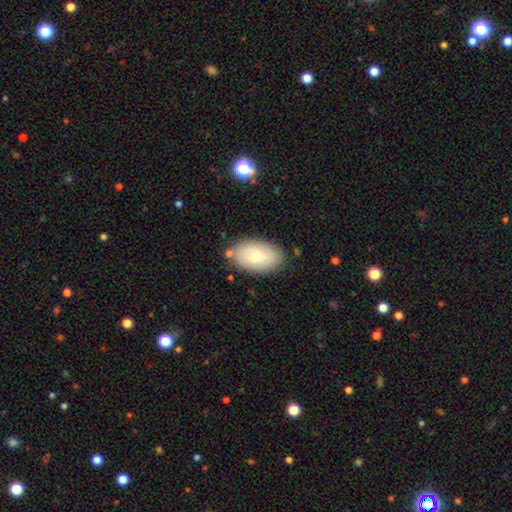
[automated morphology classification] This appears to be a smooth galaxy with no disk features (67%) that is in between round and cigar-shaped (92%). Merging: none (79%).